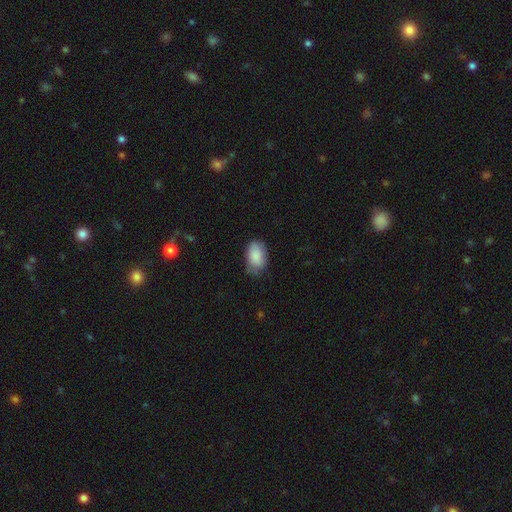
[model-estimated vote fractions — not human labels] Q: Smooth or featured?
A: smooth (87%); runner-up: star or artifact (7%)
Q: How rounded?
A: in between (88%); runner-up: round (11%)
Q: Merging?
A: none (63%); runner-up: minor disturbance (29%)